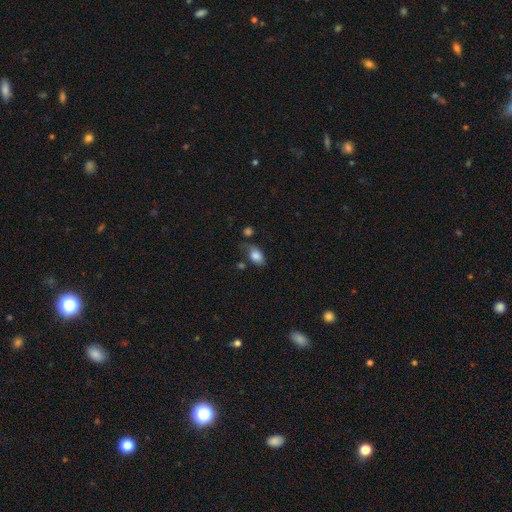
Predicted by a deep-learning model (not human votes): A smooth galaxy with no disk features (80%) that is in between round and cigar-shaped (86%). Merging: none (47%).